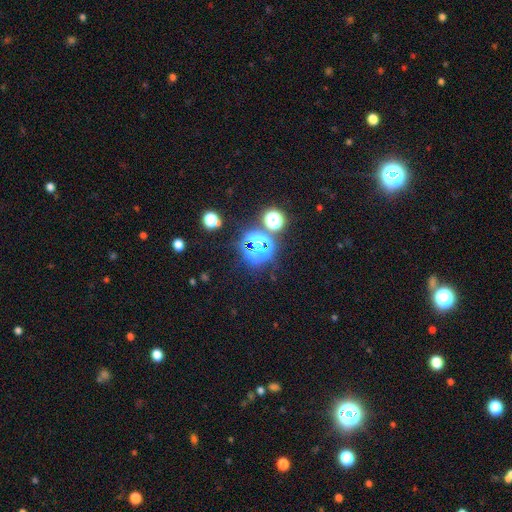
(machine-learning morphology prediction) A star or artifact, not a galaxy (76%).